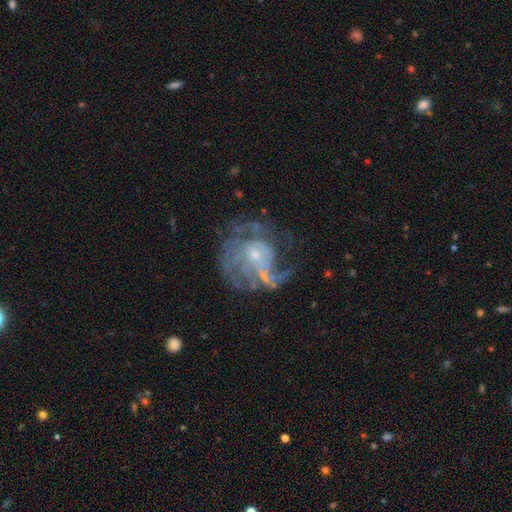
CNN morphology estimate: The model was most divided on "spiral winding": medium: 36%, tight: 35%, loose: 29%. Remaining: edge-on disk — no (98%); smooth or featured — featured or disk (78%); spiral arms — yes (75%); bar — no (75%); bulge size — small (63%); merging — none (42%); spiral arm count — can't tell (40%).